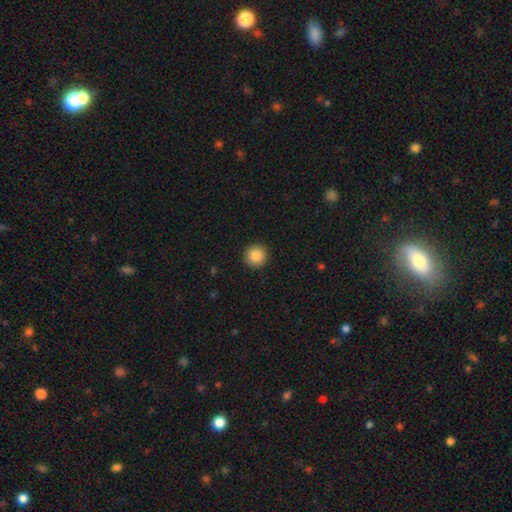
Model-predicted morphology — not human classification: A smooth galaxy with no disk features (88%) that is round (95%). Merging: none (92%).